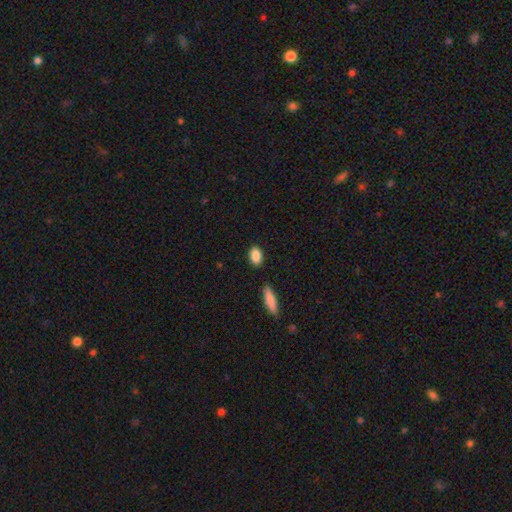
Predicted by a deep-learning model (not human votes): Smooth or featured? Predicted: smooth (p=0.88). How rounded? Predicted: in between (p=0.88). Merging? Predicted: none (p=0.85).